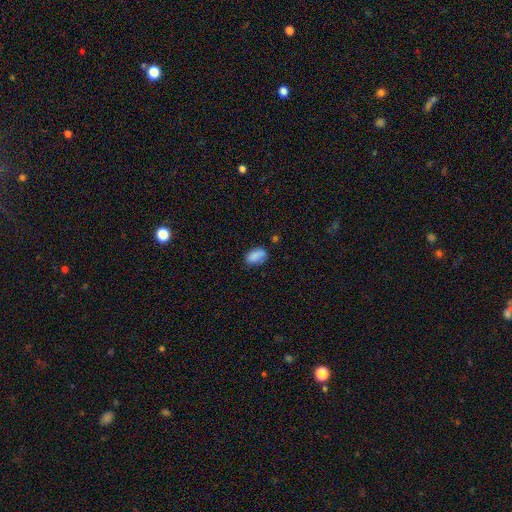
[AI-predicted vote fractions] Overall: smooth (85%). How rounded: in between (90%). Merging: none (67%).